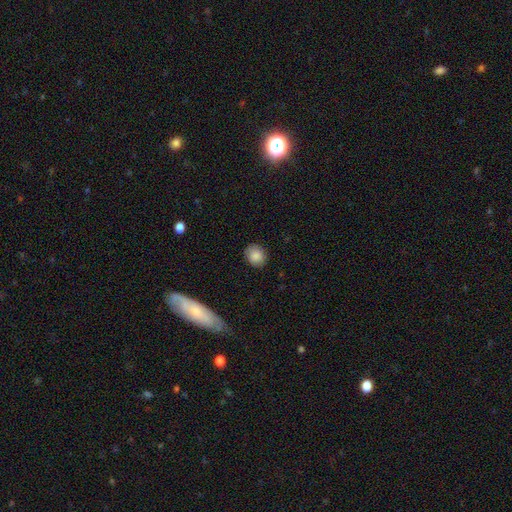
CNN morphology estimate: Smooth or featured?
  - smooth: 86% *
  - star or artifact: 8%
  - featured or disk: 6%
How rounded?
  - round: 72% *
  - in between: 27%
  - cigar-shaped: 1%
Merging?
  - none: 86% *
  - minor disturbance: 10%
  - major disturbance: 2%
  - merger: 1%